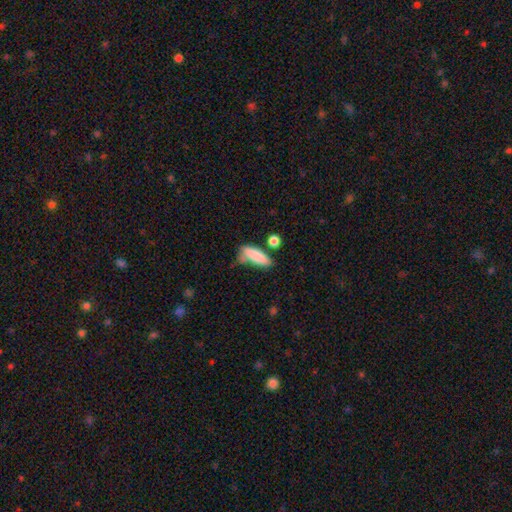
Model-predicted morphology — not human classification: Smooth or featured: smooth — 83% (featured or disk — 10%)
How rounded: in between — 51% (cigar-shaped — 46%)
Merging: none — 52% (minor disturbance — 25%)